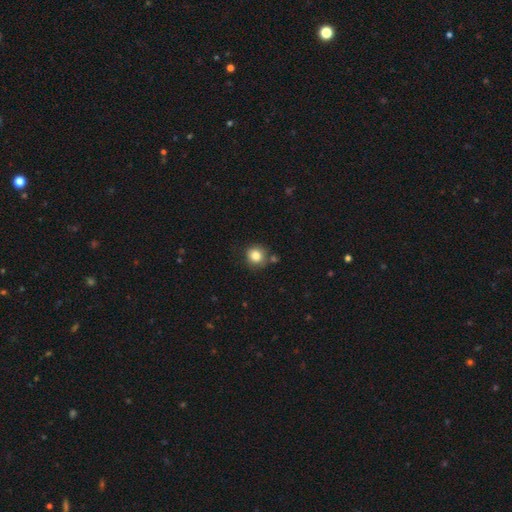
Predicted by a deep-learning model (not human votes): A smooth galaxy with no disk features (84%) that is round (88%). Merging: none (75%).